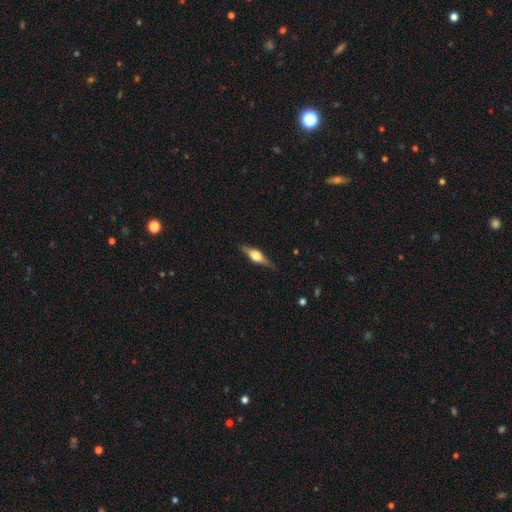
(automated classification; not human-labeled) Smooth or featured? Predicted: featured or disk (p=0.66). Edge-on disk? Predicted: yes (p=0.96). Edge-on bulge? Predicted: rounded (p=0.89). Merging? Predicted: none (p=0.84).